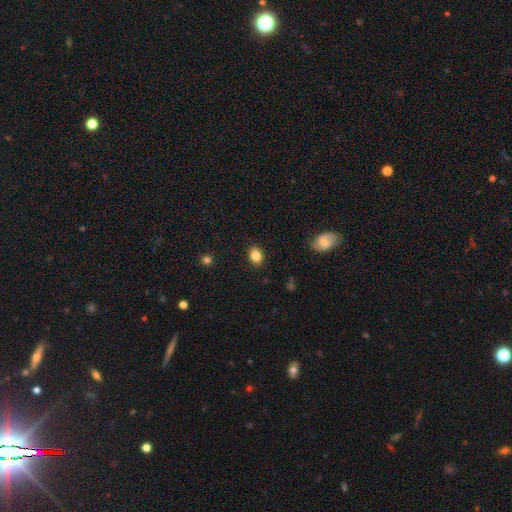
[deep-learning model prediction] The model was most divided on "how rounded": in between: 69%, round: 30%, cigar-shaped: 1%. More confident: merging — none (88%); smooth or featured — smooth (84%).